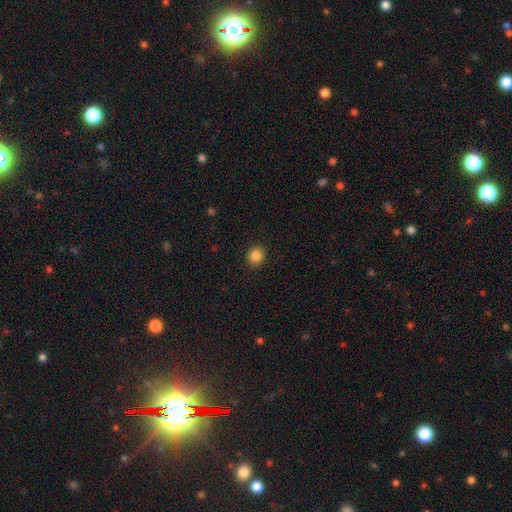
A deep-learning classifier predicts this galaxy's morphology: Overall: smooth (86%). How rounded: round (82%). Merging: none (91%).